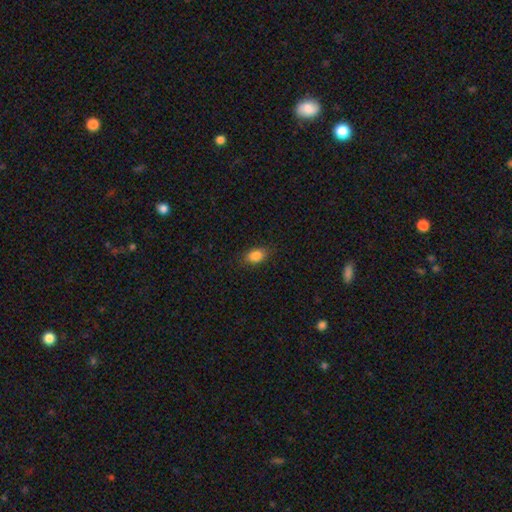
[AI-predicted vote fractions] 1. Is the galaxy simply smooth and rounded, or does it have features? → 86% smooth, 9% star or artifact, 5% featured or disk.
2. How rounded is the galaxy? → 80% in between, 18% round, 3% cigar-shaped.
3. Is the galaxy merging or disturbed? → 84% none, 12% minor disturbance, 3% major disturbance, 1% merger.